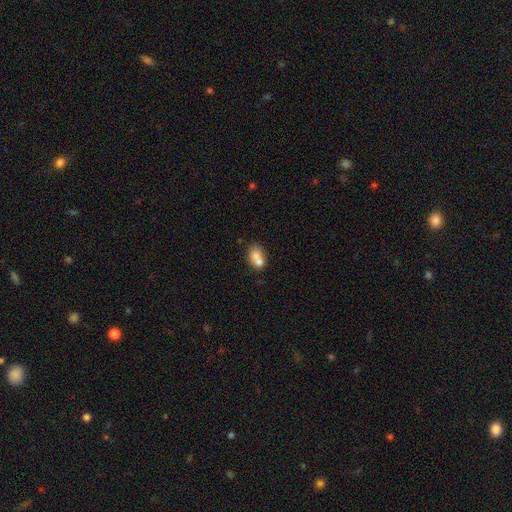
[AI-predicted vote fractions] Smooth or featured?
  - smooth: 70% *
  - featured or disk: 20%
  - star or artifact: 10%
How rounded?
  - in between: 56% *
  - round: 42%
  - cigar-shaped: 2%
Merging?
  - merger: 59% *
  - none: 29%
  - minor disturbance: 9%
  - major disturbance: 4%